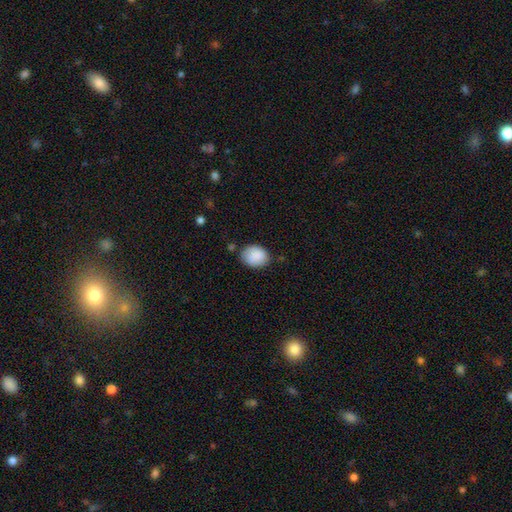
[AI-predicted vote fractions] Smooth or featured? smooth (88%)
How rounded? in between (52%)
Merging? none (72%)